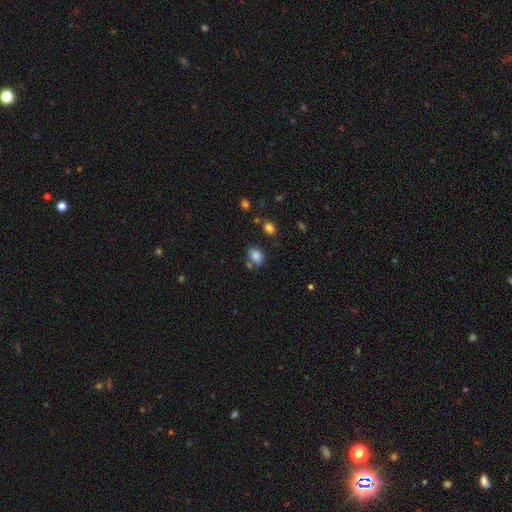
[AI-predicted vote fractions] Smooth or featured: smooth — 83% (star or artifact — 10%)
How rounded: in between — 67% (round — 32%)
Merging: none — 69% (minor disturbance — 15%)